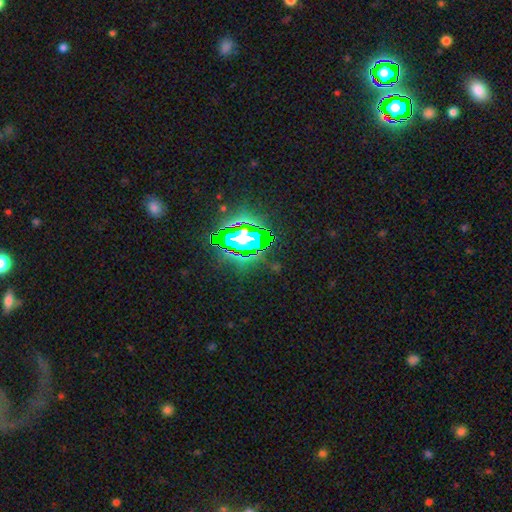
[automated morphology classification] A star or artifact, not a galaxy (76%).